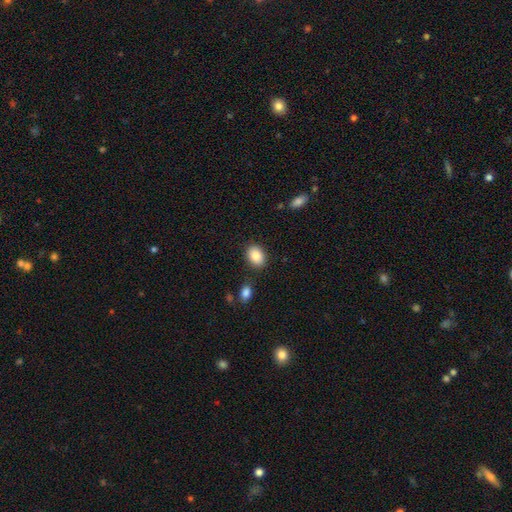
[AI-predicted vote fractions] smooth_or_featured: smooth (p=0.87) [alt: star or artifact p=0.07]
how_rounded: in between (p=0.79) [alt: round p=0.20]
merging: none (p=0.84) [alt: minor disturbance p=0.10]